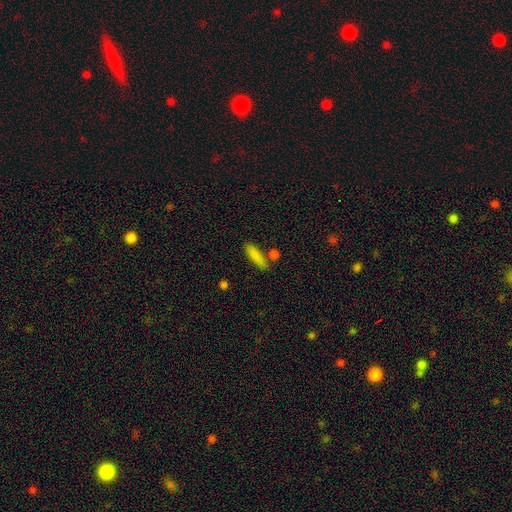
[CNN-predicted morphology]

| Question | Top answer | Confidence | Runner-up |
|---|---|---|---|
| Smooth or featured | smooth | 84% | featured or disk (9%) |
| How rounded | cigar-shaped | 60% | in between (37%) |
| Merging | none | 74% | minor disturbance (12%) |